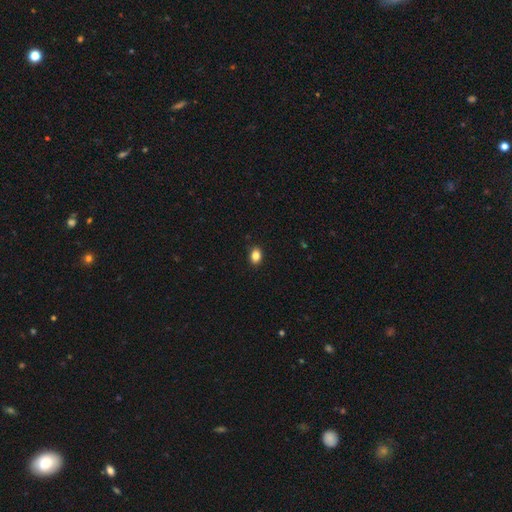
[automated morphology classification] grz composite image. It shows a smooth galaxy with no disk features (85%) that is in between round and cigar-shaped (73%). Merging: none (89%).